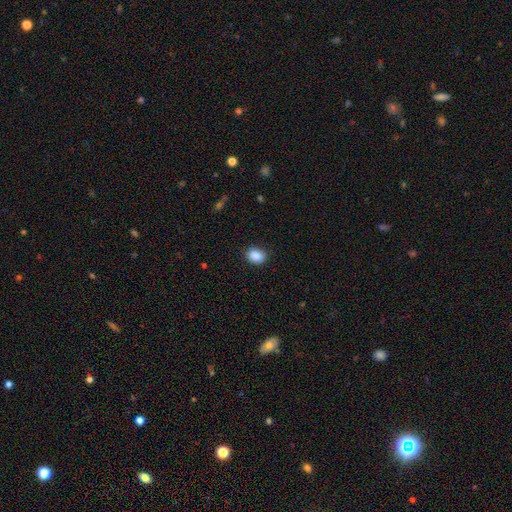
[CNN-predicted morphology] The model was most divided on "how rounded": in between: 61%, round: 38%, cigar-shaped: 1%. More confident: smooth or featured — smooth (88%); merging — none (86%).